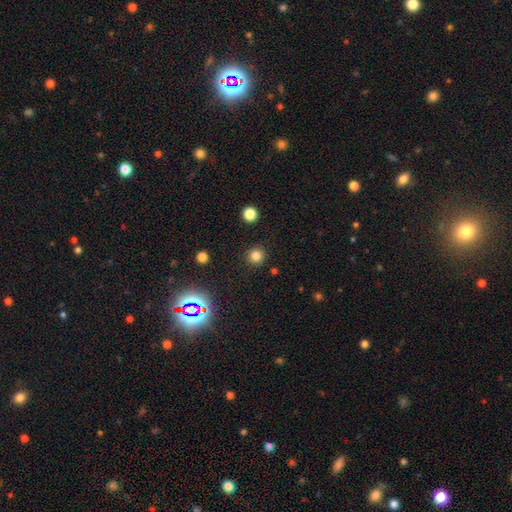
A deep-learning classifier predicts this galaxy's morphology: type=smooth (80%); roundness=round (93%); merging=none (90%).